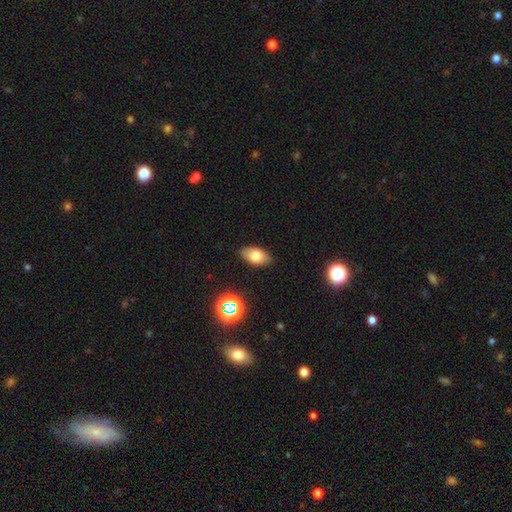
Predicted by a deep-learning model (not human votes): Overall: smooth (77%). How rounded: in between (92%). Merging: none (86%).